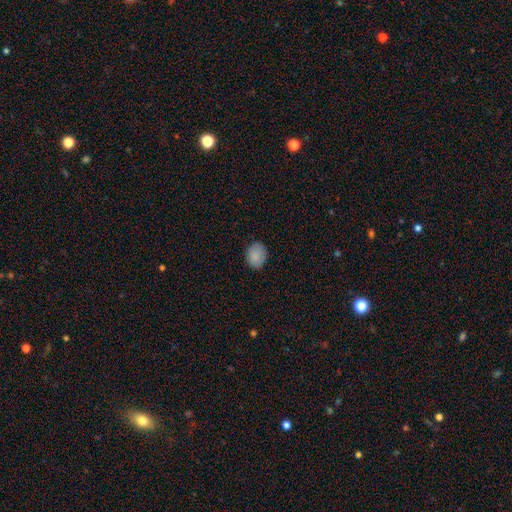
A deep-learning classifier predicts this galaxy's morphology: Overall: smooth (88%). How rounded: in between (59%; round 40%). Merging: none (86%).